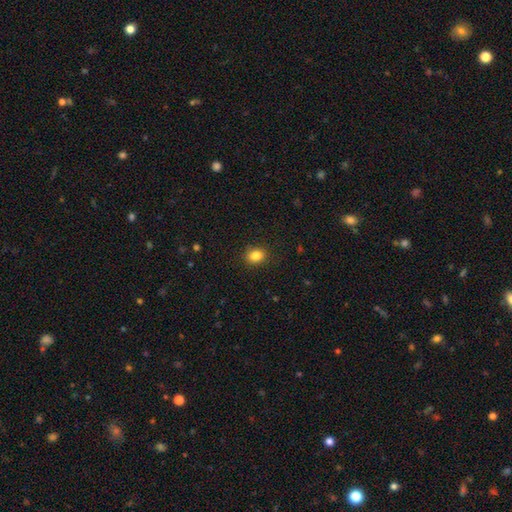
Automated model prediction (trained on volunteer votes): smooth_or_featured: smooth (p=0.85) [alt: star or artifact p=0.10]
how_rounded: in between (p=0.51) [alt: round p=0.48]
merging: none (p=0.89) [alt: minor disturbance p=0.08]